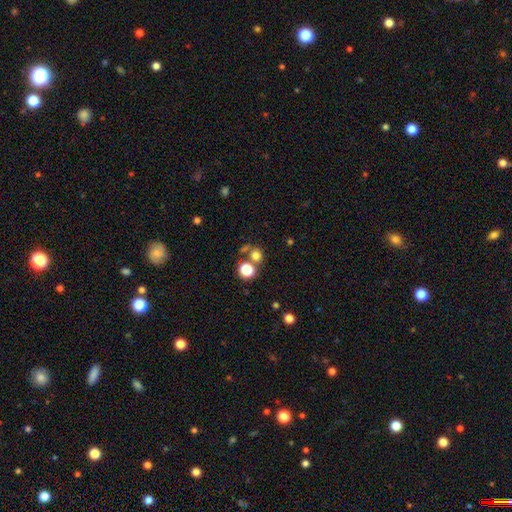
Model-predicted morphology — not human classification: smooth_or_featured: smooth (p=0.75) [alt: star or artifact p=0.17]
how_rounded: round (p=0.81) [alt: in between p=0.18]
merging: none (p=0.60) [alt: merger p=0.28]